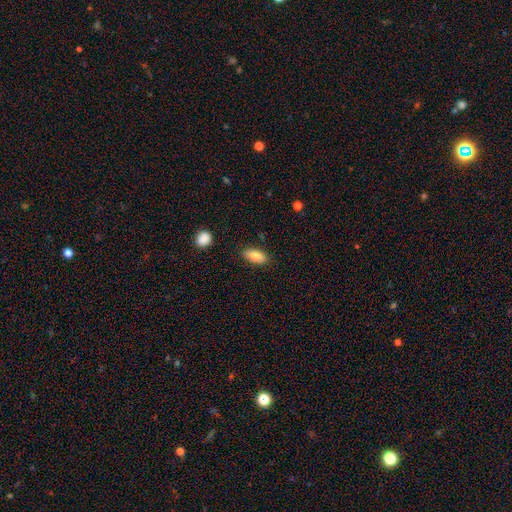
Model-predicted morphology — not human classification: smooth_or_featured: smooth (p=0.83) [alt: featured or disk p=0.10]
how_rounded: in between (p=0.88) [alt: cigar-shaped p=0.09]
merging: none (p=0.85) [alt: minor disturbance p=0.11]